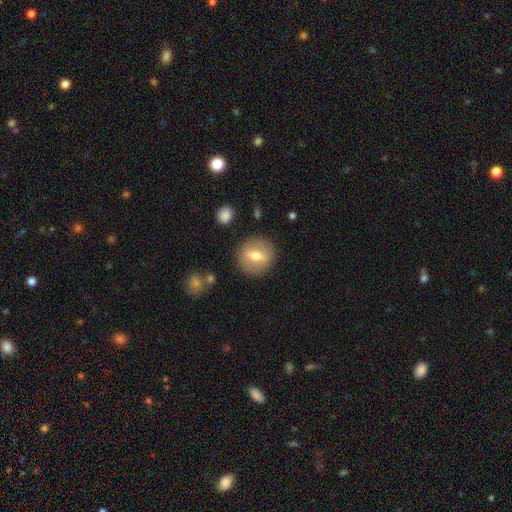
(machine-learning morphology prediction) smooth-or-featured: smooth: 56% | featured or disk: 37% | star or artifact: 8%
  how-rounded: round: 84% | in between: 15% | cigar-shaped: 2%
  merging: none: 86% | minor disturbance: 9% | major disturbance: 3% | merger: 2%